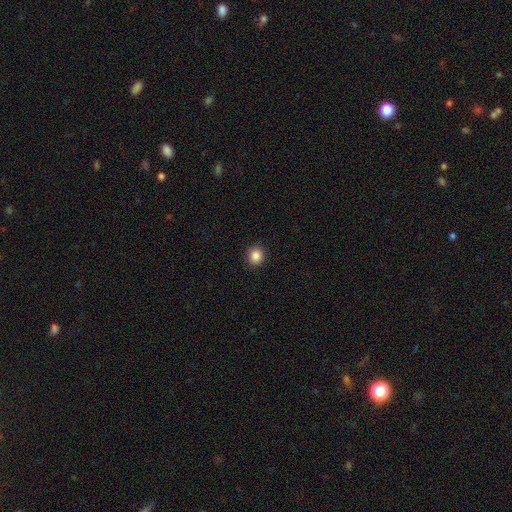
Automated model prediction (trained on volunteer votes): Overall: smooth (86%). How rounded: round (81%). Merging: none (91%).